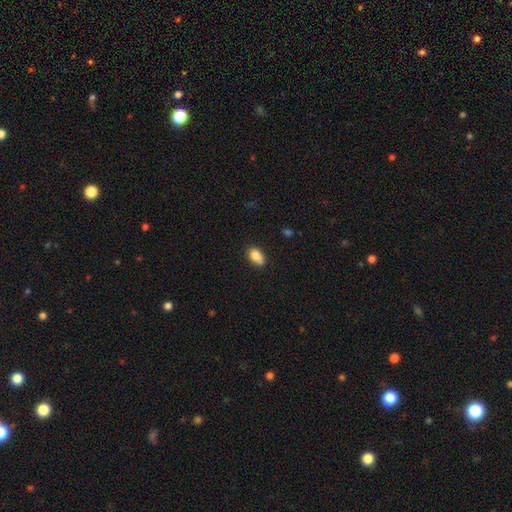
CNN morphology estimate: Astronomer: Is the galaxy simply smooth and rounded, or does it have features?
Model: smooth — 81%.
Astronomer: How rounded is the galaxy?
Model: in between — 80%.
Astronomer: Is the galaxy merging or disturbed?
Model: none — 57%.